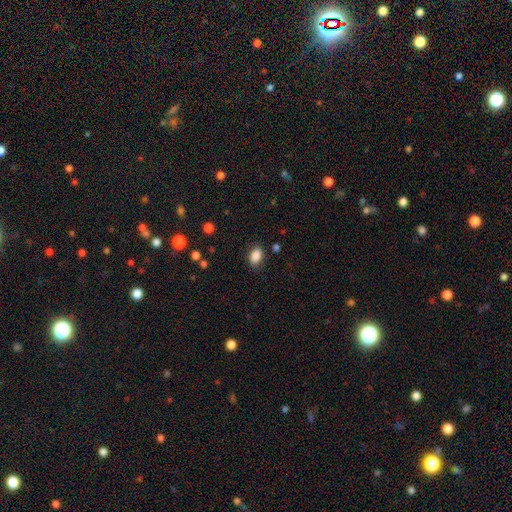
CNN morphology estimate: type=smooth (87%); roundness=in between (85%); merging=none (84%).